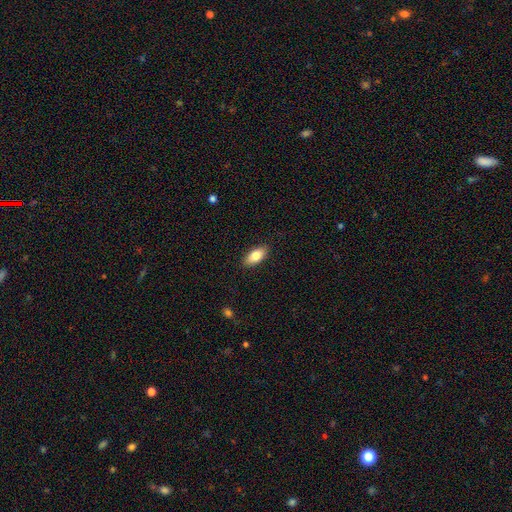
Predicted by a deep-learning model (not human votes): Smooth or featured: smooth — 82% (featured or disk — 11%)
How rounded: in between — 88% (cigar-shaped — 9%)
Merging: none — 88% (minor disturbance — 9%)